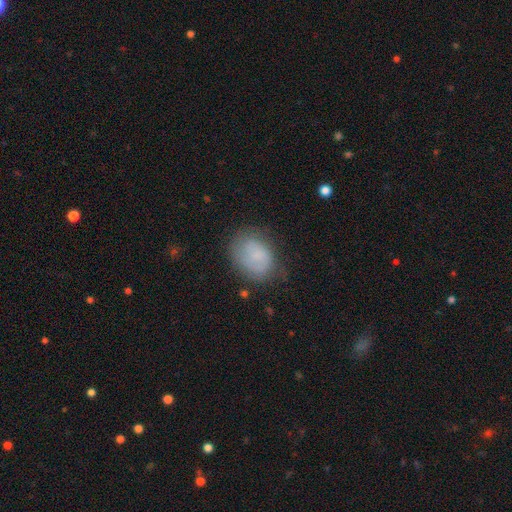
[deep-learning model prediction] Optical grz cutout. It shows a smooth galaxy with no disk features (69%) that is in between round and cigar-shaped (66%). Merging: none (63%).